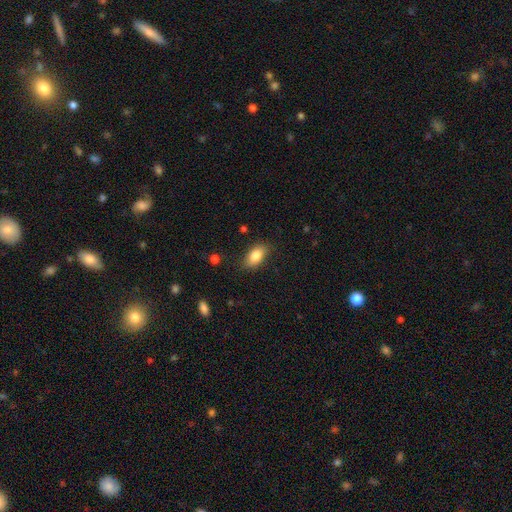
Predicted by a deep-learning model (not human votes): This appears to be a smooth galaxy with no disk features (84%) that is in between round and cigar-shaped (89%). Merging: none (82%).